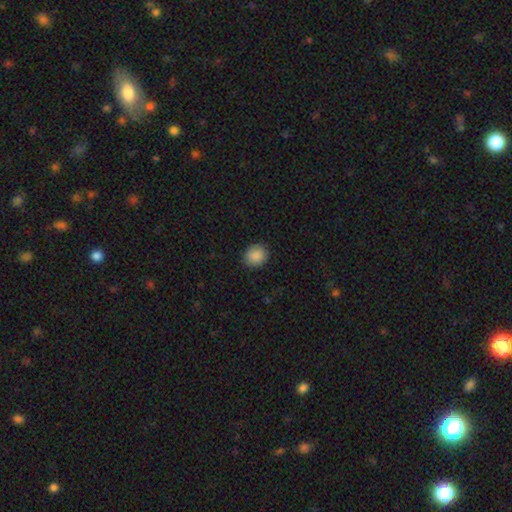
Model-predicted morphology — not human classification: This is clearly a smooth galaxy (89%). How rounded: likely round (78%). Merging: clearly none (89%).